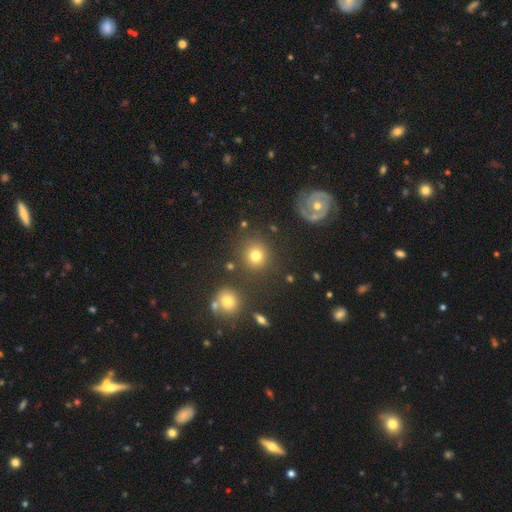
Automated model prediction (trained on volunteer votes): smooth 74%, star or artifact 16%, featured or disk 10%. Down the decision tree: how rounded — round (89%); merging — none (82%).